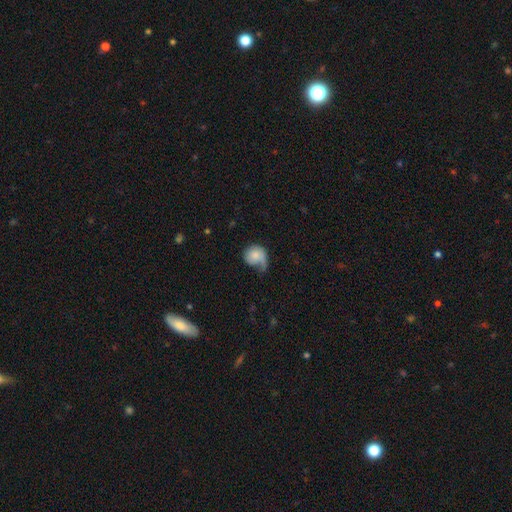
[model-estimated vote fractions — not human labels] Q: Smooth or featured?
A: smooth (70%); runner-up: featured or disk (23%)
Q: How rounded?
A: round (77%); runner-up: in between (22%)
Q: Merging?
A: major disturbance (33%); runner-up: minor disturbance (32%)